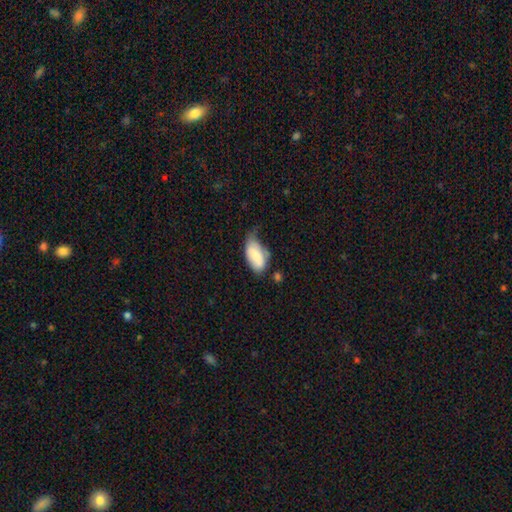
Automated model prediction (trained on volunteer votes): Overall: smooth (75%). How rounded: in between (94%). Merging: minor disturbance (45%; none 28%).